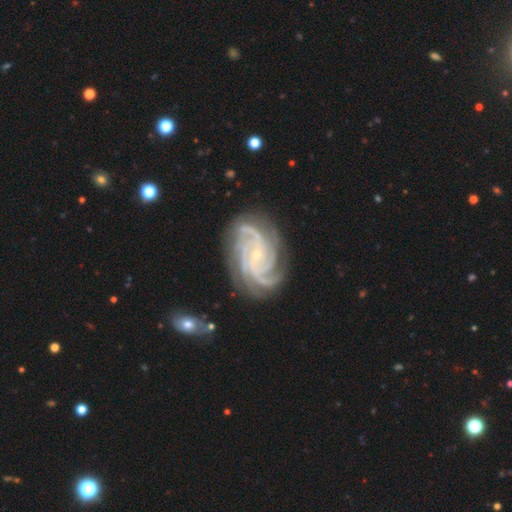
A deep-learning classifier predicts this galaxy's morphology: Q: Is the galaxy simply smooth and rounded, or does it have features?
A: featured or disk — 92%.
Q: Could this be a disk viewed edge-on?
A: no — 98%.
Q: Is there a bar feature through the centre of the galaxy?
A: no — 64%.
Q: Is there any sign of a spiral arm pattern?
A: yes — 99%.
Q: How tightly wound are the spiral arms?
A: tight — 64%.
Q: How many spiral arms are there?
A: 4 — 38%.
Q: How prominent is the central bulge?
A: small — 82%.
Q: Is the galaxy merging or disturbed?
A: none — 78%.